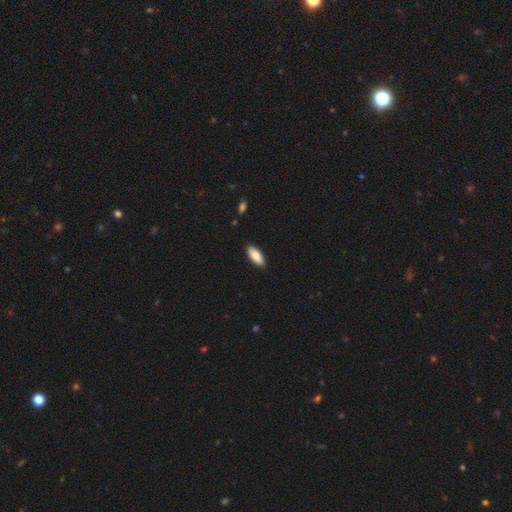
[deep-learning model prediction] Q: Smooth or featured?
A: smooth (84%); runner-up: featured or disk (10%)
Q: How rounded?
A: in between (80%); runner-up: cigar-shaped (18%)
Q: Merging?
A: none (89%); runner-up: minor disturbance (8%)